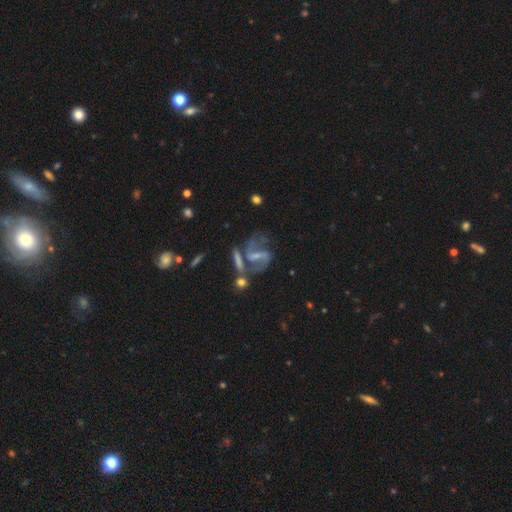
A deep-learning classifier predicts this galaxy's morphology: The model was most divided on "bar": strong: 42%, weak: 40%, no: 18%. Remaining: edge-on disk — no (95%); spiral arms — yes (90%); spiral arm count — 2 (85%); smooth or featured — featured or disk (80%); bulge size — small (54%); spiral winding — medium (48%); merging — none (40%).